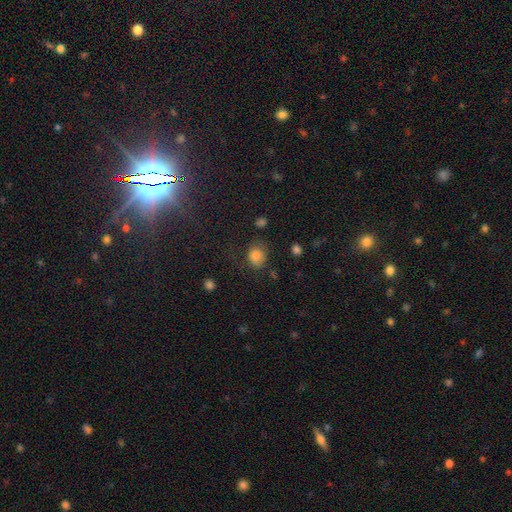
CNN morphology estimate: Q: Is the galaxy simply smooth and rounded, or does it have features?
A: smooth — 81%.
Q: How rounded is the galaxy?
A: round — 59%.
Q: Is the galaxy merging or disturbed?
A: none — 63%.